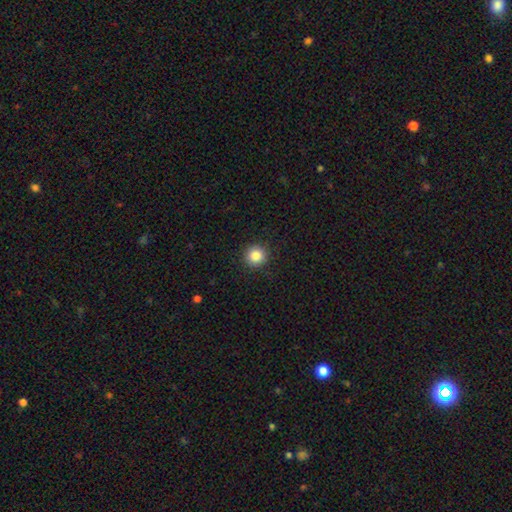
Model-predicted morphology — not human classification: type=smooth (85%); roundness=round (95%); merging=none (92%).